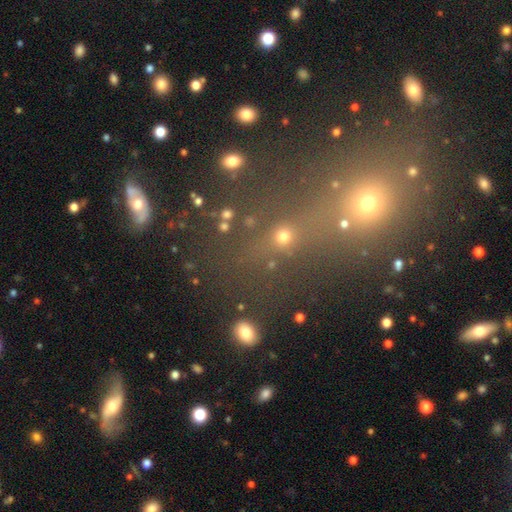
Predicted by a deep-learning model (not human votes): smooth_or_featured: star or artifact (p=0.49) [alt: smooth p=0.38]